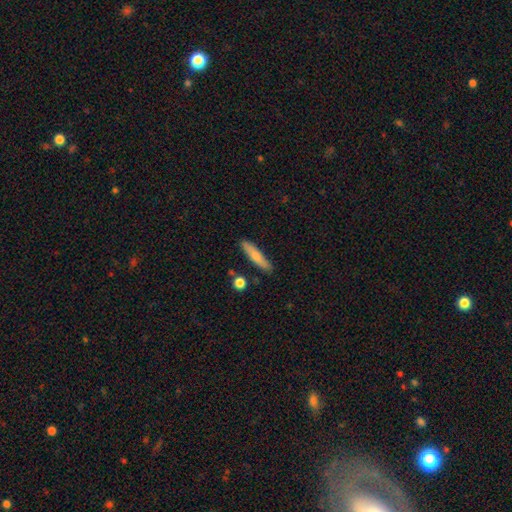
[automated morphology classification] smooth 69%, featured or disk 25%, star or artifact 6%. Down the decision tree: how rounded — cigar-shaped (84%); merging — none (85%).